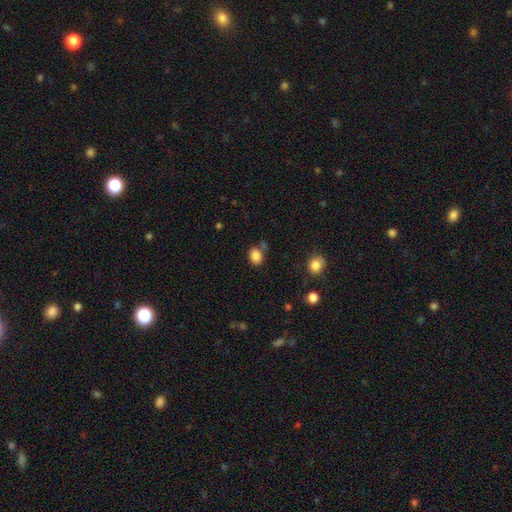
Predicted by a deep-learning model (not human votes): smooth-or-featured: smooth: 85% | star or artifact: 10% | featured or disk: 4%
  how-rounded: in between: 62% | round: 37% | cigar-shaped: 1%
  merging: none: 69% | minor disturbance: 15% | merger: 11% | major disturbance: 5%